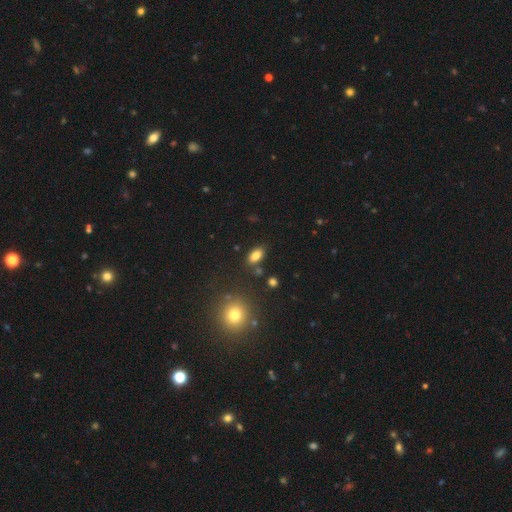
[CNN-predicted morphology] type=smooth (82%); roundness=in between (89%); merging=none (82%).